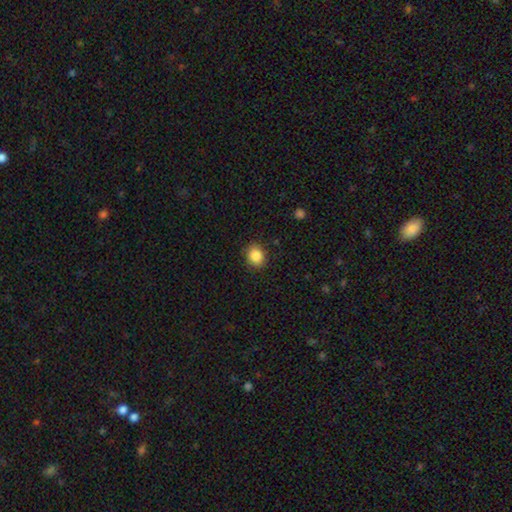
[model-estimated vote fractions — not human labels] Smooth or featured: smooth — 87% (star or artifact — 9%)
How rounded: round — 66% (in between — 33%)
Merging: none — 88% (minor disturbance — 9%)